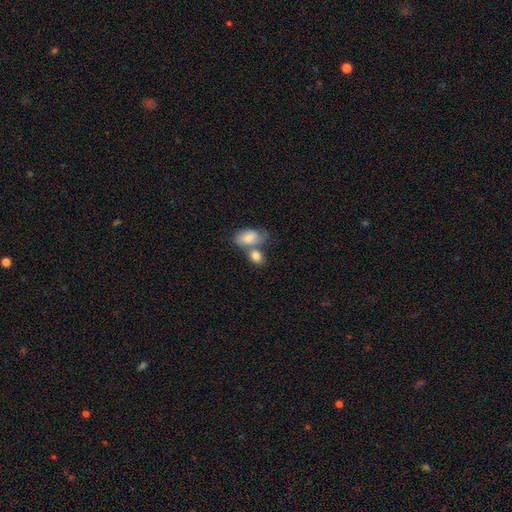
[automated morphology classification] type=smooth (83%); roundness=in between (73%); merging=merger (48%).